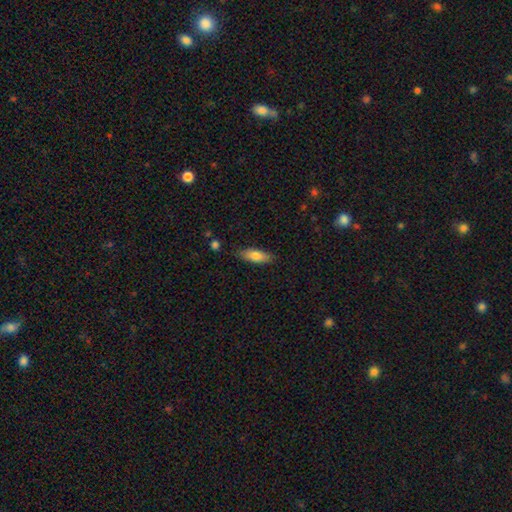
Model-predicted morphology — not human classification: Smooth or featured?
  - smooth: 79% *
  - featured or disk: 14%
  - star or artifact: 7%
How rounded?
  - in between: 72% *
  - cigar-shaped: 26%
  - round: 2%
Merging?
  - none: 82% *
  - minor disturbance: 14%
  - major disturbance: 3%
  - merger: 2%